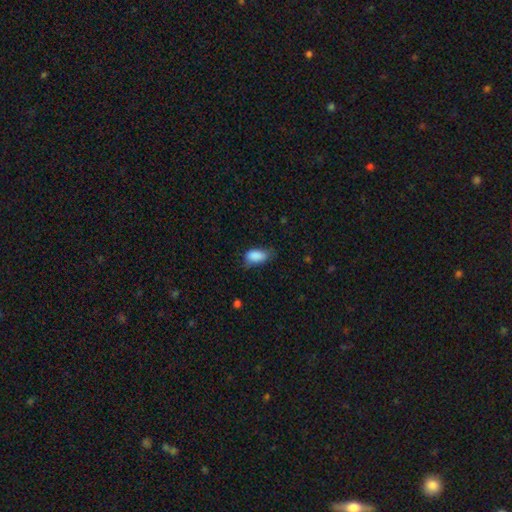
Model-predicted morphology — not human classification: Overall: smooth (87%). How rounded: in between (91%). Merging: none (51%; minor disturbance 36%).